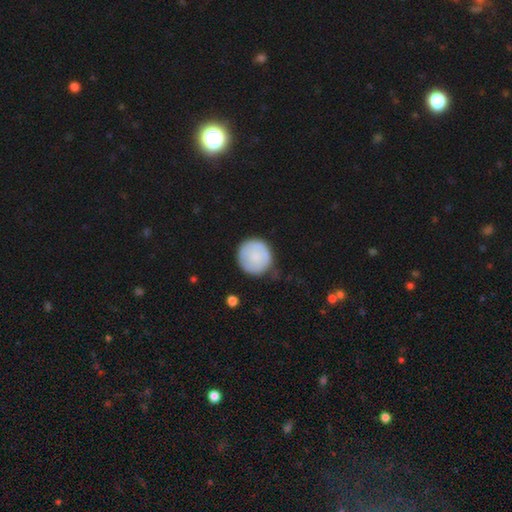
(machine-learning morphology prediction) This appears to be a smooth galaxy with no disk features (75%) that is round (94%). Merging: none (72%).